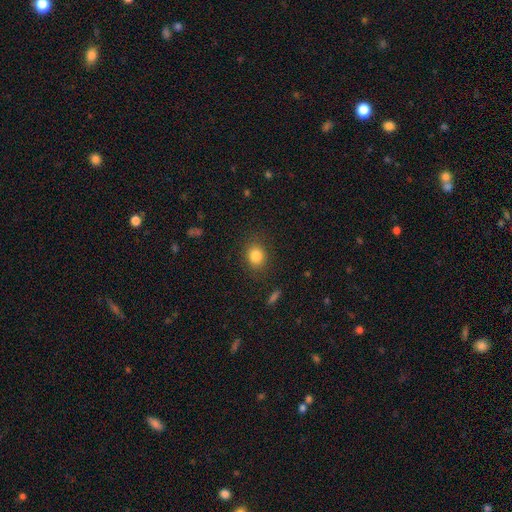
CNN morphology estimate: Overall: smooth (84%). How rounded: round (63%; in between 36%). Merging: none (85%).